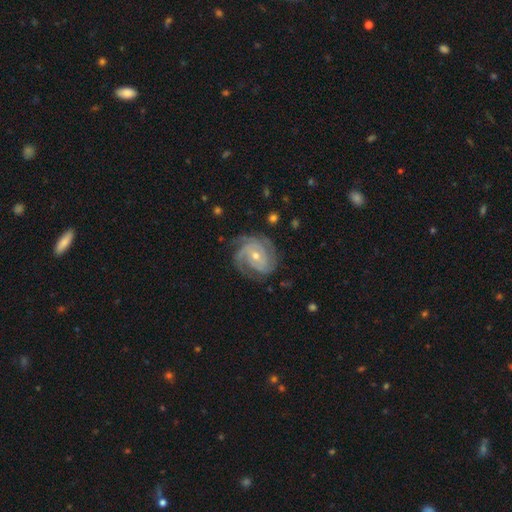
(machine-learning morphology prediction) A featured or disk galaxy (90%) with no bar (61%), 3 (45%) tight (65%) spiral arms (98%) and a small central bulge (53%). Merging: none (74%).